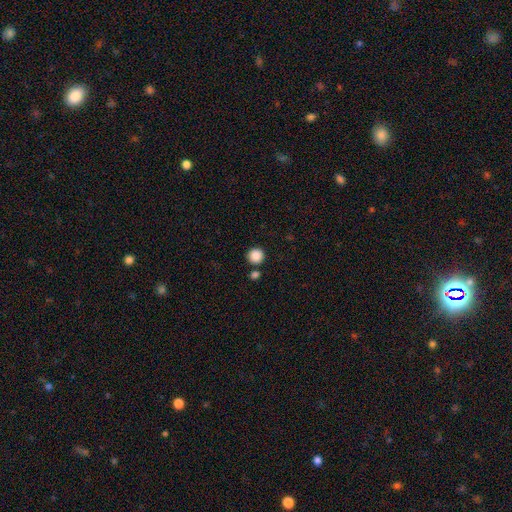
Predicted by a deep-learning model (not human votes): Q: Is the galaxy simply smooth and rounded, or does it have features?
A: smooth — 87%.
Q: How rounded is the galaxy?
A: round — 95%.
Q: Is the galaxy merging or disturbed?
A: none — 82%.